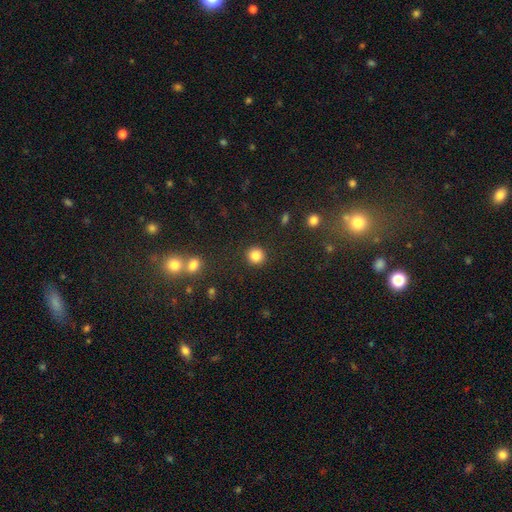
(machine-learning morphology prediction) Smooth or featured? smooth (85%)
How rounded? round (92%)
Merging? none (91%)